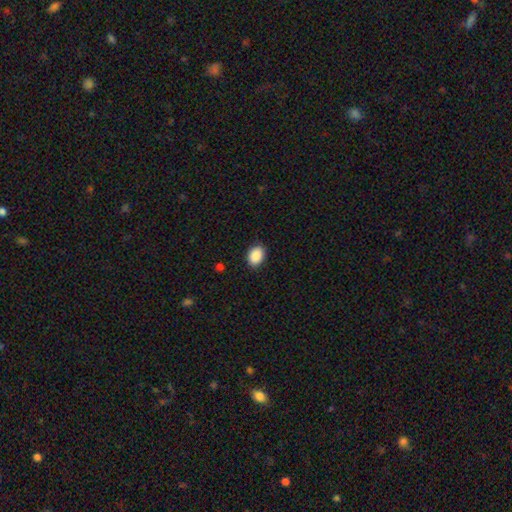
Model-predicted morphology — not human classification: A smooth galaxy with no disk features (90%) that is in between round and cigar-shaped (75%). Merging: none (87%).